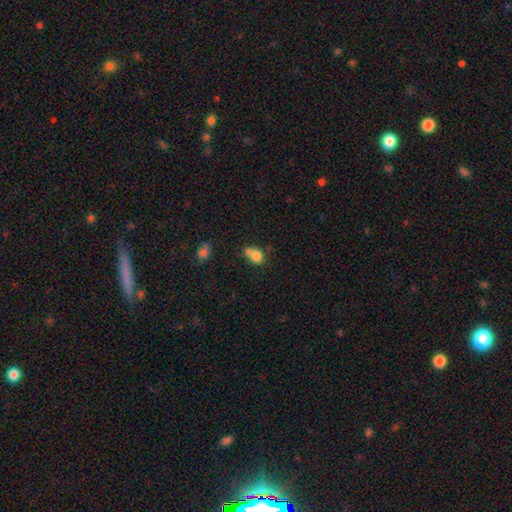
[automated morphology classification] Smooth or featured: smooth — 79% (star or artifact — 11%)
How rounded: round — 61% (in between — 38%)
Merging: merger — 43% (none — 38%)